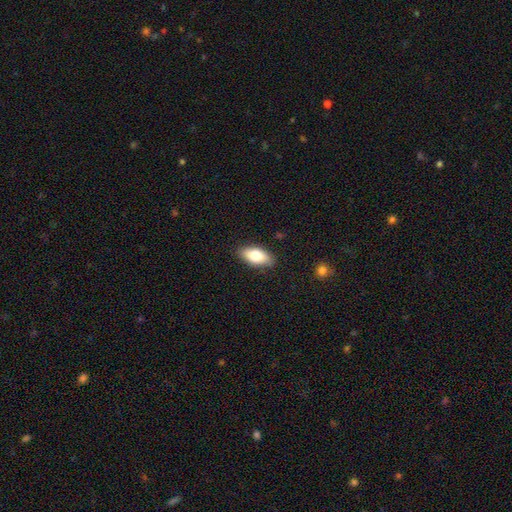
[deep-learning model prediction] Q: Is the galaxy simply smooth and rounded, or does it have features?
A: smooth — 77%.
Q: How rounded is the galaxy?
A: in between — 87%.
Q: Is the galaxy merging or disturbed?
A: none — 86%.